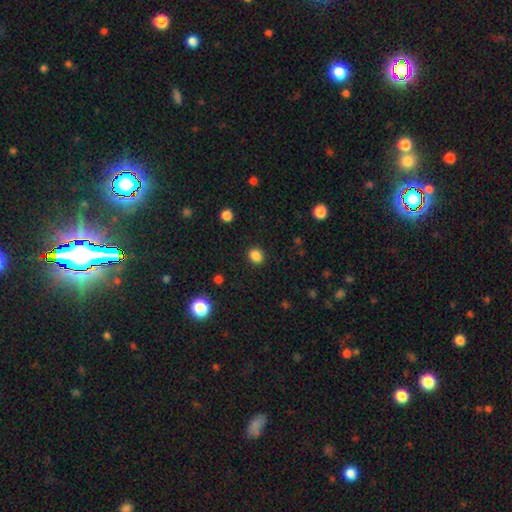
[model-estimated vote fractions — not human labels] This appears to be a smooth galaxy with no disk features (86%) that is round (63%). Merging: none (89%).